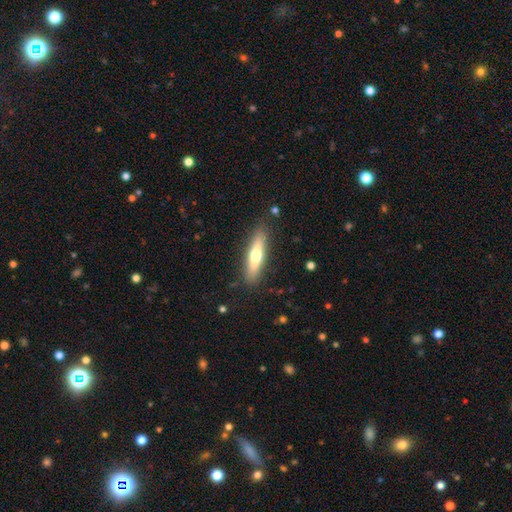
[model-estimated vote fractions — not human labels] The model was most divided on "smooth or featured": smooth: 55%, featured or disk: 39%, star or artifact: 6%. More confident: merging — none (87%); how rounded — cigar-shaped (77%).